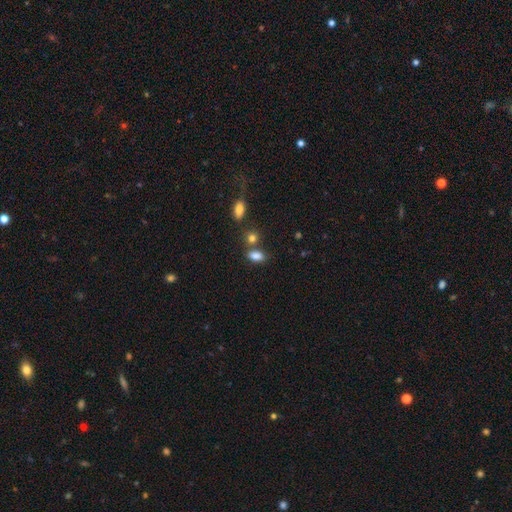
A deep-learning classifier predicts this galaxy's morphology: smooth_or_featured: smooth (p=0.84) [alt: star or artifact p=0.10]
how_rounded: in between (p=0.86) [alt: round p=0.10]
merging: none (p=0.62) [alt: merger p=0.19]